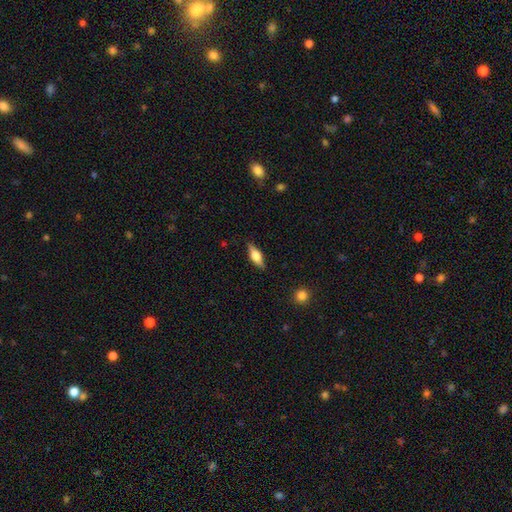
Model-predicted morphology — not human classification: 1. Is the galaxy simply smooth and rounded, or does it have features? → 48% smooth, 46% featured or disk, 7% star or artifact.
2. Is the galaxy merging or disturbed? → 85% none, 12% minor disturbance, 2% major disturbance, 1% merger.